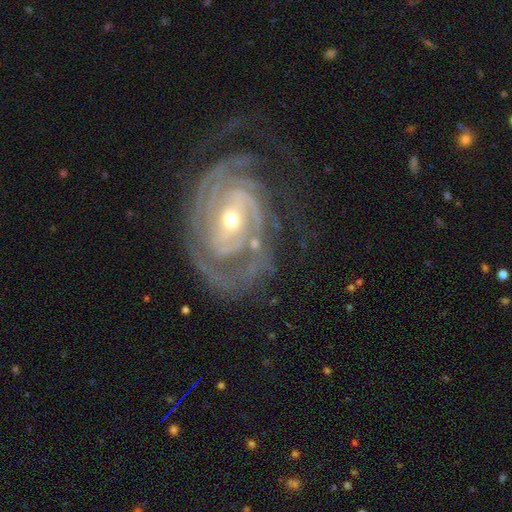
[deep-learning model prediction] Morphology: type=featured or disk (88%); edge-on=no (96%); bar=no (39%); spiral arms=yes (95%); winding=tight (70%); arm count=2 (35%); bulge=small (52%); merging=none (63%).